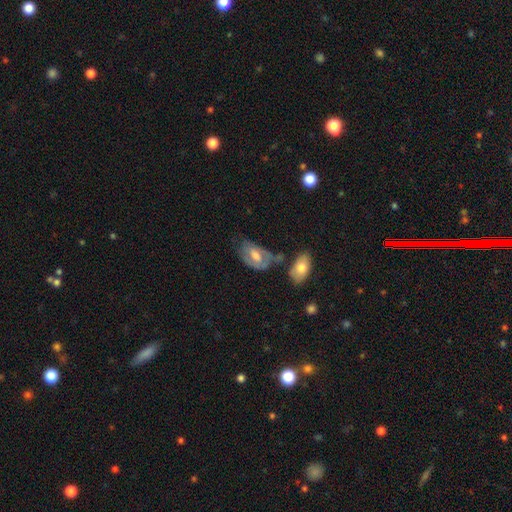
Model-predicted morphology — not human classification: A featured or disk galaxy (47%, tied with smooth).

Vote fractions:
- Smooth or featured? featured or disk: 47% (tied) / smooth: 47% (tied) / star or artifact: 7%
- Merging? none: 36% / minor disturbance: 28% / major disturbance: 19% / merger: 17%